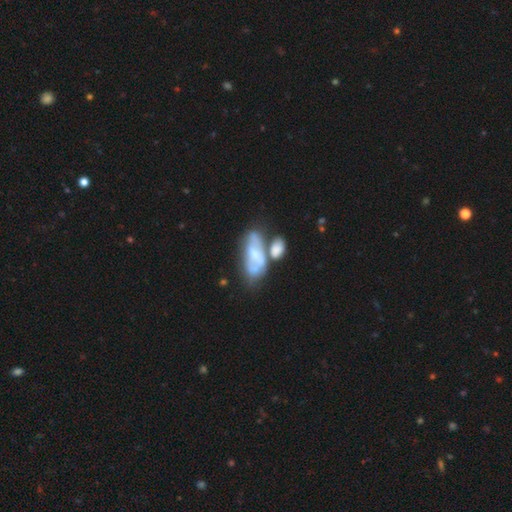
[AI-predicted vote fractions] Q: Smooth or featured?
A: featured or disk (54%); runner-up: smooth (39%)
Q: Edge-on disk?
A: no (89%); runner-up: yes (11%)
Q: Merging?
A: merger (48%); runner-up: none (23%)